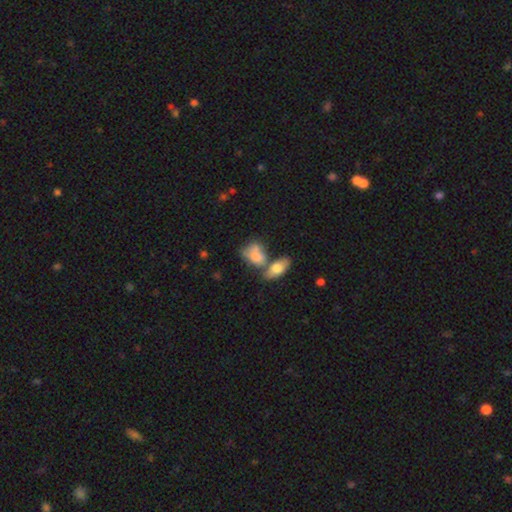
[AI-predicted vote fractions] The model was most divided on "merging": merger: 47%, none: 27%, minor disturbance: 16%, major disturbance: 10%. More confident: how rounded — in between (80%); smooth or featured — smooth (74%).